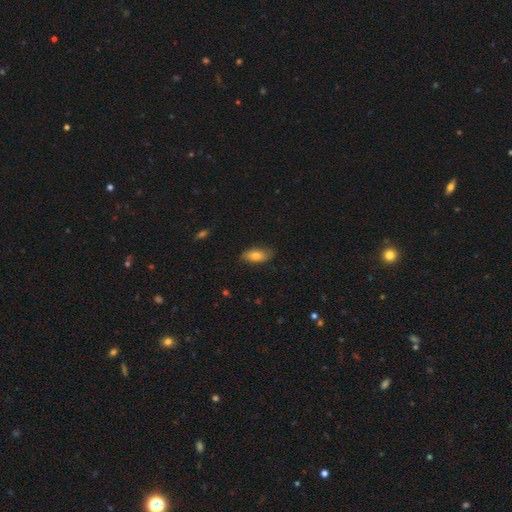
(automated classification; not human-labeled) A smooth galaxy with no disk features (77%) that is in between round and cigar-shaped (86%).

Vote fractions:
- Smooth or featured? smooth: 77% / featured or disk: 16% / star or artifact: 7%
- How rounded? in between: 86% / cigar-shaped: 10% / round: 4%
- Merging? none: 81% / minor disturbance: 15% / major disturbance: 3% / merger: 1%